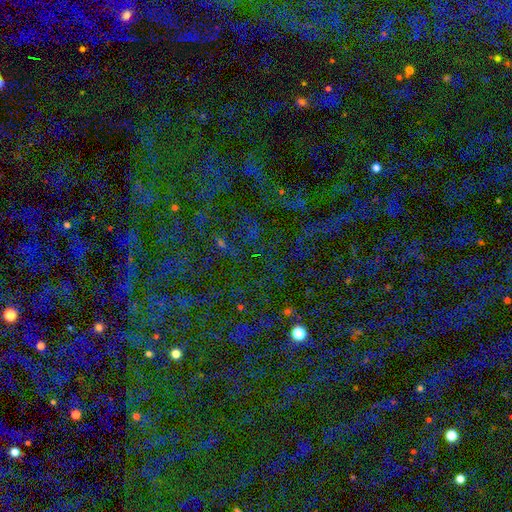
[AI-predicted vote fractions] A star or artifact, not a galaxy (67%).

Vote fractions:
- Smooth or featured? star or artifact: 67% / smooth: 22% / featured or disk: 11%